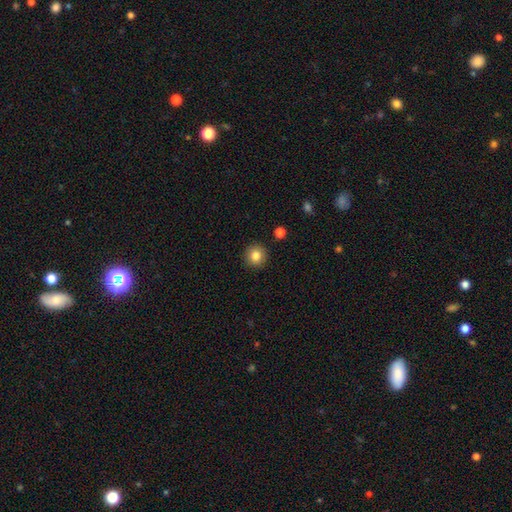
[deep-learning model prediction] Morphology: type=smooth (84%); roundness=round (94%); merging=none (91%).